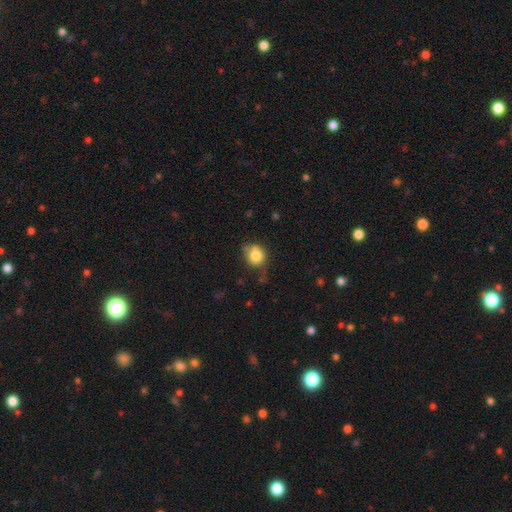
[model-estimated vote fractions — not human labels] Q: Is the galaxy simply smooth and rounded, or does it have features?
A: smooth — 78%.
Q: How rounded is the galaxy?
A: round — 78%.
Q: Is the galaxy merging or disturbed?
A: none — 51%.